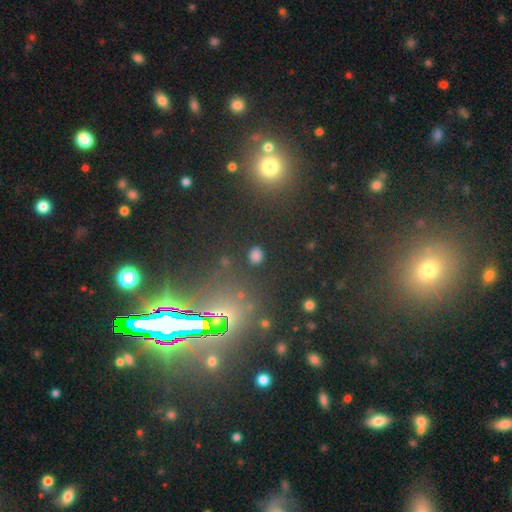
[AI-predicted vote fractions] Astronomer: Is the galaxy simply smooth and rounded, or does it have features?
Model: smooth — 53% (runner-up: star or artifact, 40%).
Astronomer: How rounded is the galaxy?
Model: round — 64%.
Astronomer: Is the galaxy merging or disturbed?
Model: none — 86%.